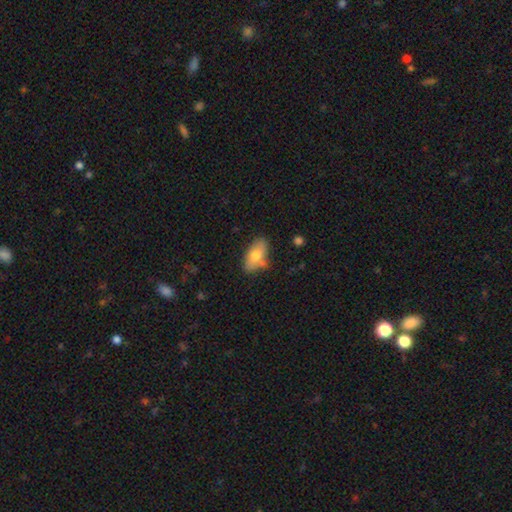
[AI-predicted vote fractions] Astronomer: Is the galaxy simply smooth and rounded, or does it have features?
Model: smooth — 73%.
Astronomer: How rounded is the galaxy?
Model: in between — 90%.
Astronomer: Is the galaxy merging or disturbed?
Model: none — 65%.